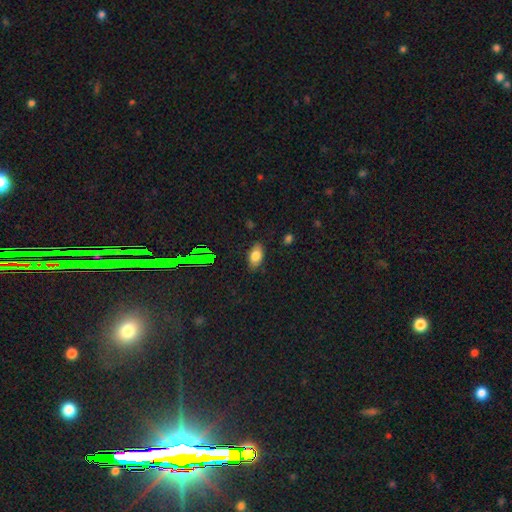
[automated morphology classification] smooth-or-featured: smooth: 80% | featured or disk: 11% | star or artifact: 9%
  how-rounded: in between: 91% | round: 6% | cigar-shaped: 4%
  merging: none: 83% | minor disturbance: 13% | major disturbance: 3% | merger: 1%